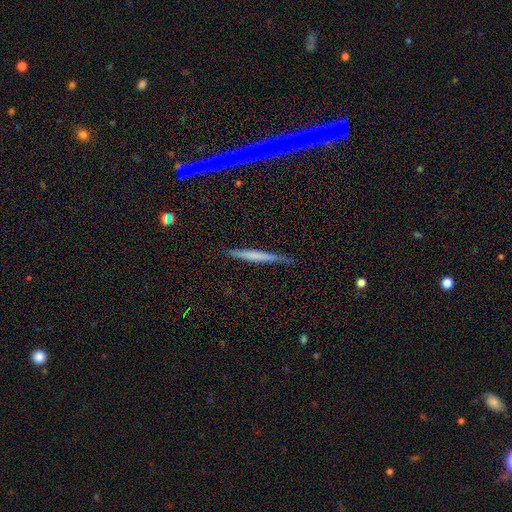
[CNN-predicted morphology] Smooth or featured? smooth (51%)
How rounded? cigar-shaped (96%)
Merging? none (83%)